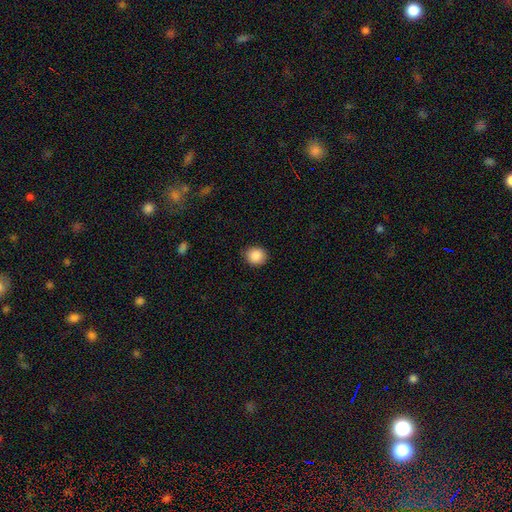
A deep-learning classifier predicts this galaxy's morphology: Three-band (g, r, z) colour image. It shows a smooth galaxy with no disk features (88%) that is round (80%). Merging: none (85%).